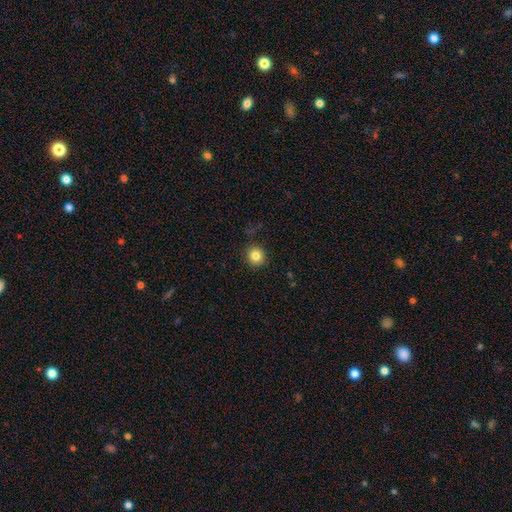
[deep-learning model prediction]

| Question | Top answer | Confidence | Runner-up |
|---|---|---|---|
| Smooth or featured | smooth | 83% | star or artifact (11%) |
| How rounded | round | 92% | in between (7%) |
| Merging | none | 90% | minor disturbance (6%) |